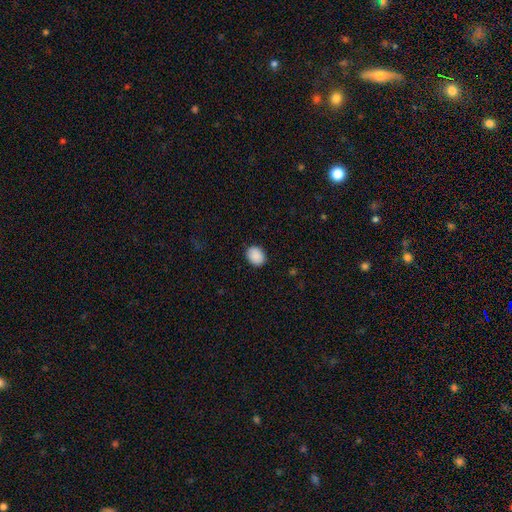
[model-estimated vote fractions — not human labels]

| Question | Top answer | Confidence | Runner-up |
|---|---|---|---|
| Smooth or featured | smooth | 90% | star or artifact (7%) |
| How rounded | in between | 58% | round (41%) |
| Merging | none | 88% | minor disturbance (9%) |